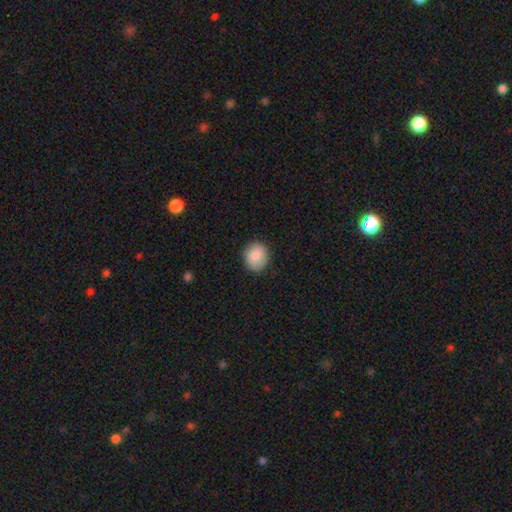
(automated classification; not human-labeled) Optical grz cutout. It shows a smooth galaxy with no disk features (85%) that is round (74%). Merging: none (85%).